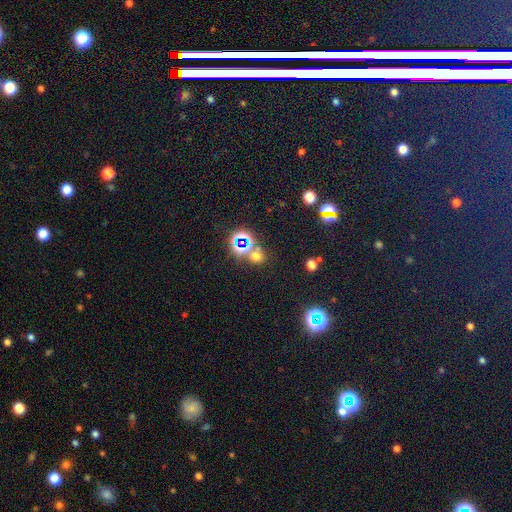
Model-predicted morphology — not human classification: A smooth galaxy with no disk features (49%). Merging: none (66%).